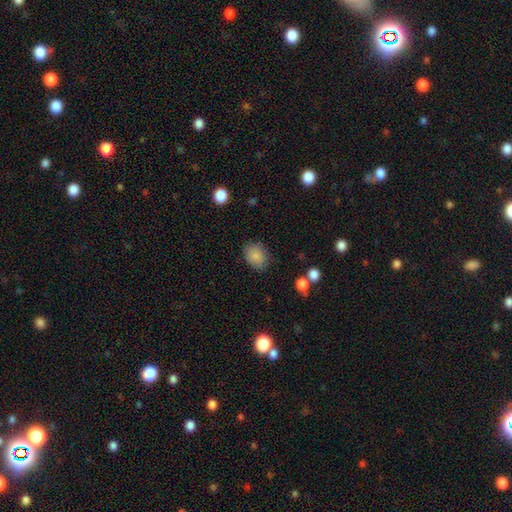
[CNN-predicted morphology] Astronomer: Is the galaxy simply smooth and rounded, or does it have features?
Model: smooth — 86%.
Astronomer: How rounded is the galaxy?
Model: in between — 58% (runner-up: round, 41%).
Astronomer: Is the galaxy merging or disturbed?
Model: none — 80%.